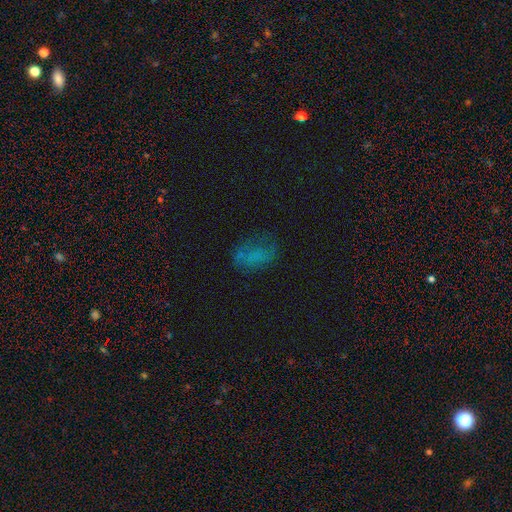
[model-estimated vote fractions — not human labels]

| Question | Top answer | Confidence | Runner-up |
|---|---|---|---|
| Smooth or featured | smooth | 54% | featured or disk (25%) |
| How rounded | in between | 83% | round (14%) |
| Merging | none | 56% | minor disturbance (23%) |